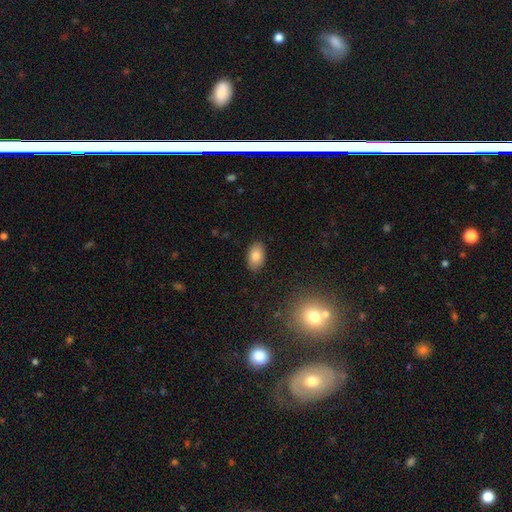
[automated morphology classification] The model was most divided on "smooth or featured": smooth: 81%, featured or disk: 10%, star or artifact: 9%. More confident: how rounded — in between (91%); merging — none (87%).